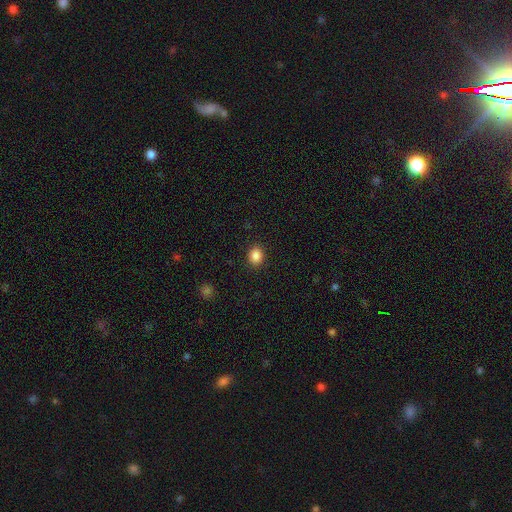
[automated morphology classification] Smooth or featured: smooth — 87% (star or artifact — 10%)
How rounded: round — 61% (in between — 38%)
Merging: none — 90% (minor disturbance — 6%)